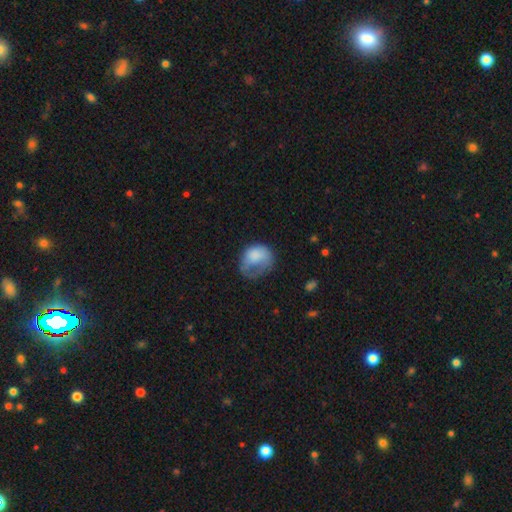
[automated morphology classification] smooth-or-featured: smooth: 71% | featured or disk: 21% | star or artifact: 8%
  how-rounded: round: 53% | in between: 46% | cigar-shaped: 1%
  merging: major disturbance: 42% | minor disturbance: 28% | none: 27% | merger: 2%